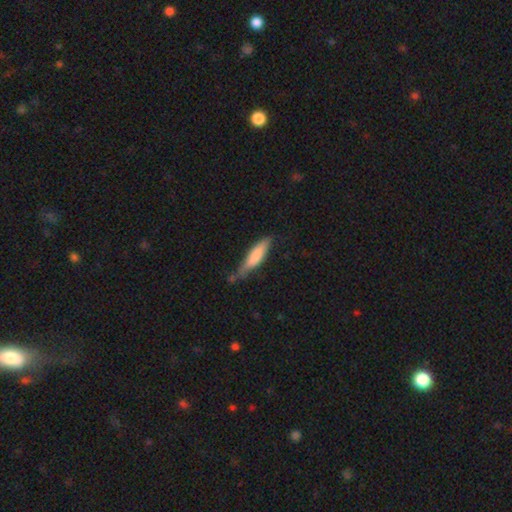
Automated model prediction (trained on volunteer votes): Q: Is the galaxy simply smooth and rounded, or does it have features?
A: smooth — 77%.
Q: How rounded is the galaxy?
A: cigar-shaped — 75%.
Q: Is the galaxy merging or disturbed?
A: none — 52%.